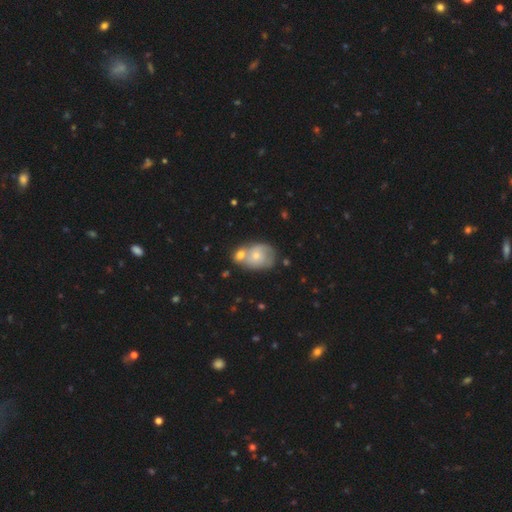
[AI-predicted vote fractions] Smooth or featured? Predicted: smooth (p=0.54). How rounded? Predicted: in between (p=0.53). Merging? Predicted: merger (p=0.51).